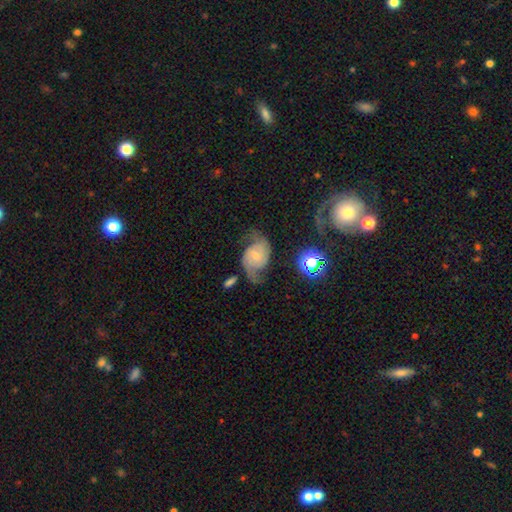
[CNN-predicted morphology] A featured or disk galaxy (79%) with no bar (57%), 2 (90%) medium (45%) spiral arms (96%) and a small central bulge (61%). Merging: none (58%).